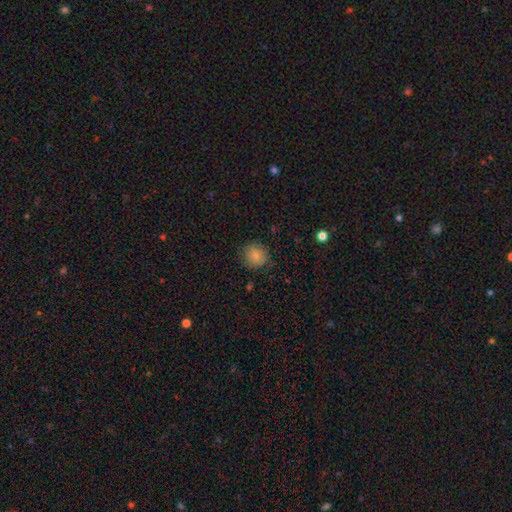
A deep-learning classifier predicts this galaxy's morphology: A smooth galaxy with no disk features (83%) that is round (85%). Merging: none (80%).